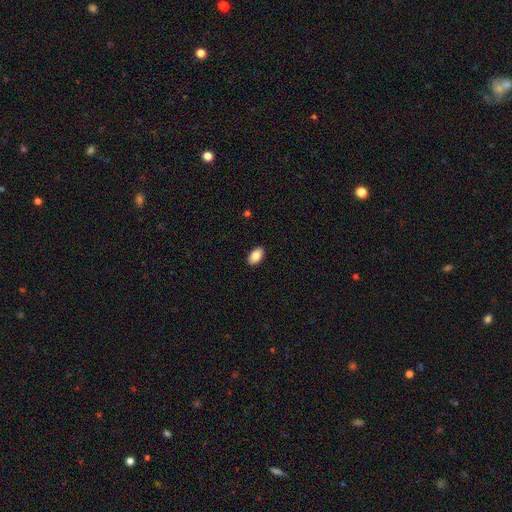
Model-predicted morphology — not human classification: This appears to be a smooth galaxy with no disk features (87%) that is in between round and cigar-shaped (93%). Merging: none (90%).